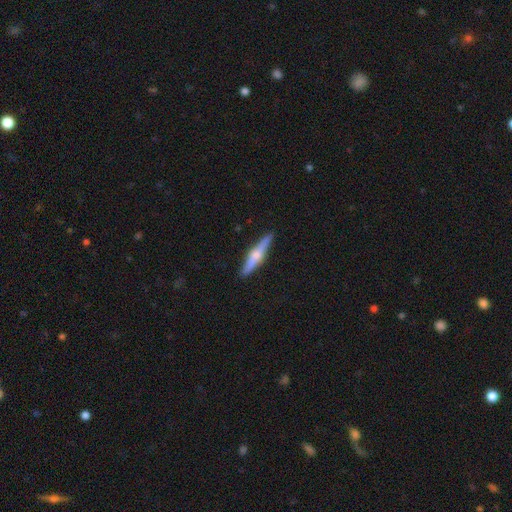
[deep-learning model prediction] smooth_or_featured: featured or disk (p=0.62) [alt: smooth p=0.33]
disk_edge_on: yes (p=0.97) [alt: no p=0.03]
edge_on_bulge: rounded (p=0.89) [alt: boxy p=0.06]
merging: none (p=0.90) [alt: minor disturbance p=0.07]